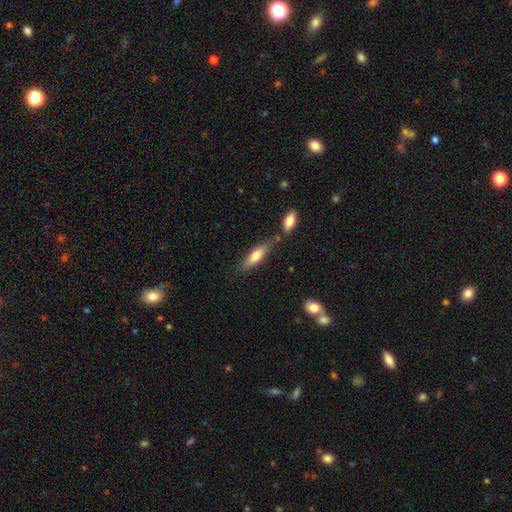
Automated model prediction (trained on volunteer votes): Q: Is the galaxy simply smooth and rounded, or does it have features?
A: smooth — 65%.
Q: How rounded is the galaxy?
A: cigar-shaped — 62%.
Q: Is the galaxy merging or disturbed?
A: none — 64%.